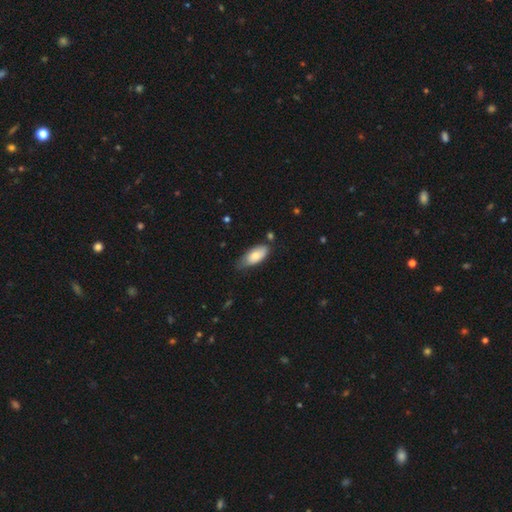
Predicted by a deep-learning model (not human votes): A smooth galaxy with no disk features (76%) that is in between round and cigar-shaped (88%).

Vote fractions:
- Smooth or featured? smooth: 76% / featured or disk: 18% / star or artifact: 6%
- How rounded? in between: 88% / cigar-shaped: 10% / round: 2%
- Merging? none: 57% / minor disturbance: 34% / major disturbance: 6% / merger: 3%